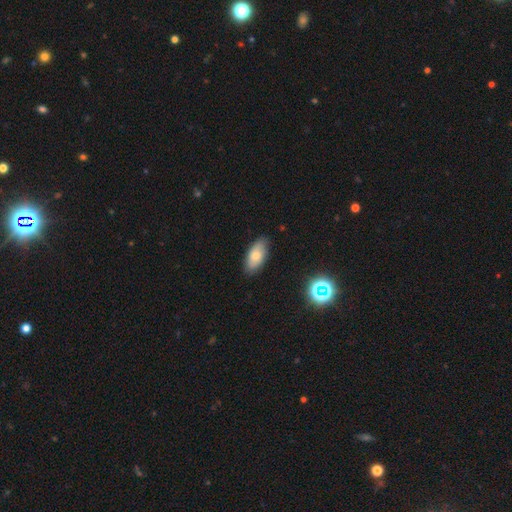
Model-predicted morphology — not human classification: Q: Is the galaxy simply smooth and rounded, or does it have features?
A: smooth — 73%.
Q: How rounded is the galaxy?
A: in between — 90%.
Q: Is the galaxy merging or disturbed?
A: none — 83%.